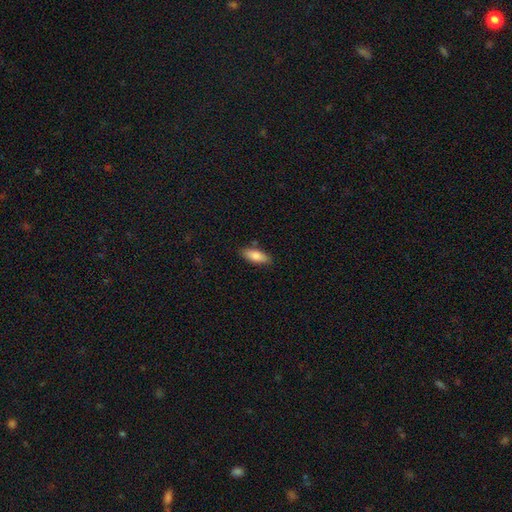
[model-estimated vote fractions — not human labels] smooth 83%, featured or disk 10%, star or artifact 6%. Down the decision tree: how rounded — in between (73%); merging — none (83%).